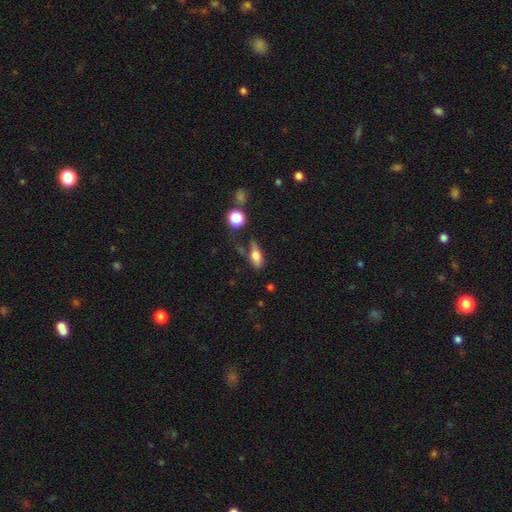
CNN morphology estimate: Smooth or featured?
  - smooth: 73% *
  - featured or disk: 17%
  - star or artifact: 10%
How rounded?
  - in between: 77% *
  - cigar-shaped: 15%
  - round: 8%
Merging?
  - none: 49% *
  - minor disturbance: 28%
  - major disturbance: 14%
  - merger: 9%